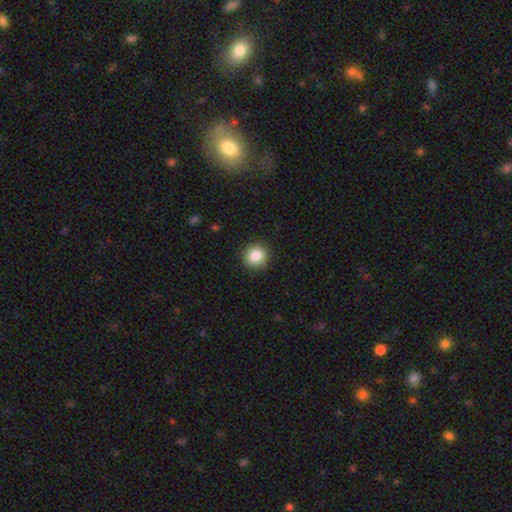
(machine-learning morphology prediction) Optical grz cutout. It shows a smooth galaxy with no disk features (85%) that is round (93%). Merging: none (91%).